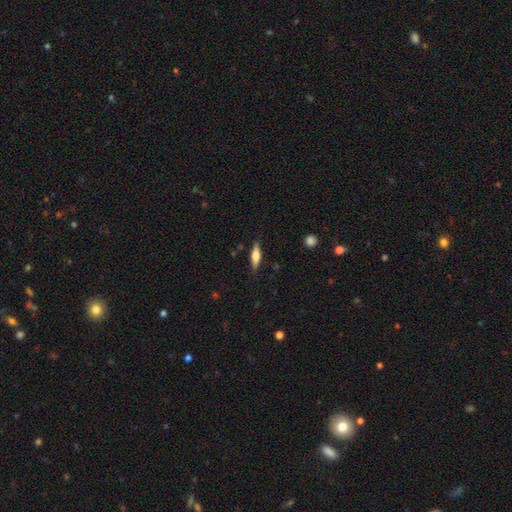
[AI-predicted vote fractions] The model was most divided on "smooth or featured": smooth: 47%, featured or disk: 46%, star or artifact: 6%. More confident: merging — none (85%).